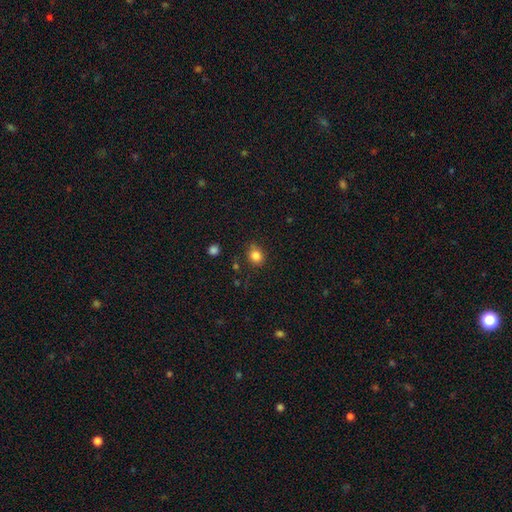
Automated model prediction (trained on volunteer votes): The model was most divided on "how rounded": round: 68%, in between: 31%, cigar-shaped: 1%. More confident: smooth or featured — smooth (84%); merging — none (76%).